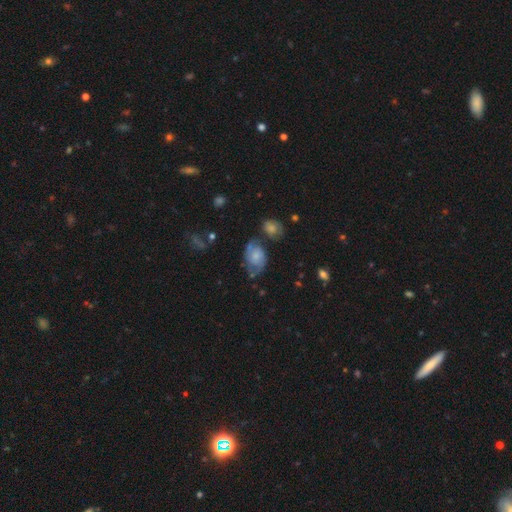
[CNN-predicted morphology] Overall: featured or disk (61%; smooth 30%). Edge-on disk: no (97%). Bar: no (66%; weak 29%). Spiral arms: yes (87%). Spiral arm count: 2 (80%). Spiral winding: medium (49%; tight 29%). Bulge size: small (37%; moderate 29%). Merging: none (52%; minor disturbance 24%).